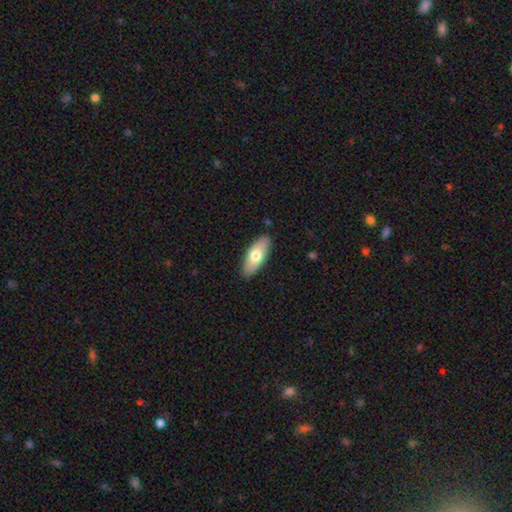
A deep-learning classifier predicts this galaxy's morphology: Smooth or featured?
  - smooth: 68% *
  - featured or disk: 26%
  - star or artifact: 6%
How rounded?
  - in between: 81% *
  - cigar-shaped: 17%
  - round: 2%
Merging?
  - none: 88% *
  - minor disturbance: 10%
  - major disturbance: 2%
  - merger: 1%